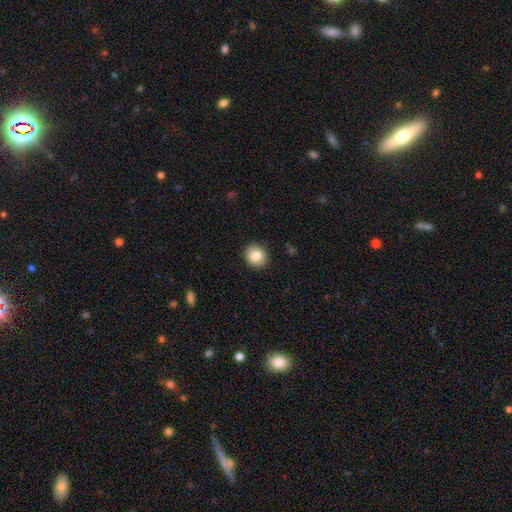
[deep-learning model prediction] smooth 84%, star or artifact 9%, featured or disk 7%. Down the decision tree: how rounded — round (83%); merging — none (91%).